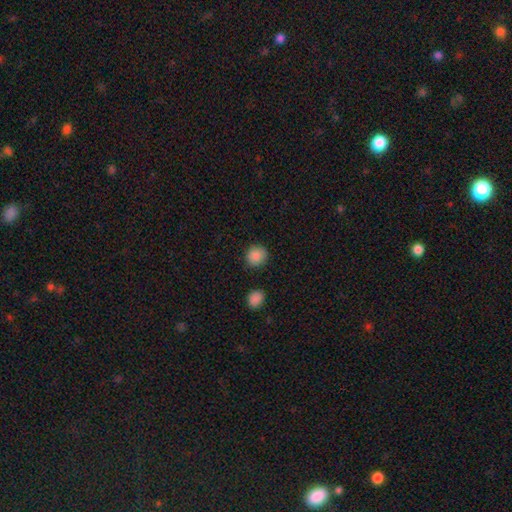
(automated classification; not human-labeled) Overall: smooth (88%). How rounded: round (85%). Merging: none (87%).